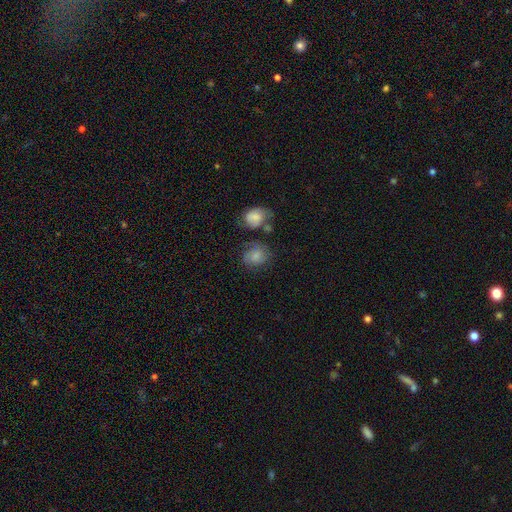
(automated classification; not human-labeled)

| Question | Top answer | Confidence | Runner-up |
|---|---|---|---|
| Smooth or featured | smooth | 64% | featured or disk (27%) |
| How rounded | round | 63% | in between (36%) |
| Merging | none | 55% | minor disturbance (21%) |